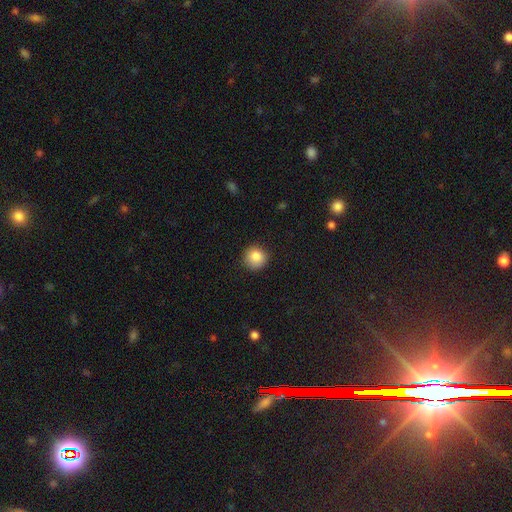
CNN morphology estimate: Smooth or featured?
  - smooth: 85% *
  - star or artifact: 9%
  - featured or disk: 6%
How rounded?
  - round: 92% *
  - in between: 7%
  - cigar-shaped: 1%
Merging?
  - none: 87% *
  - minor disturbance: 10%
  - major disturbance: 2%
  - merger: 1%